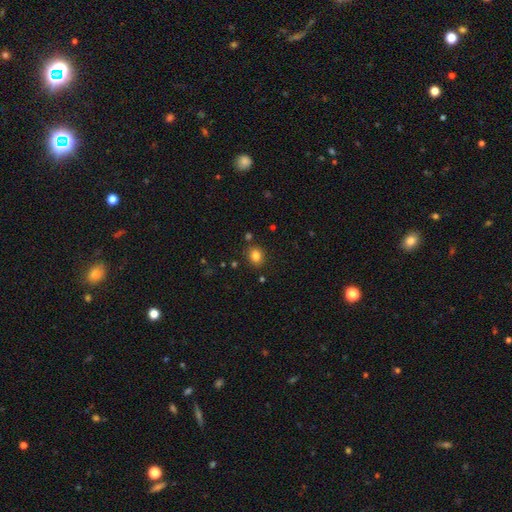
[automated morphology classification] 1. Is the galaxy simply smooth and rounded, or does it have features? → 82% smooth, 12% star or artifact, 6% featured or disk.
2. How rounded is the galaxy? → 60% round, 39% in between, 1% cigar-shaped.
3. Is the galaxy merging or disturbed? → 84% none, 10% minor disturbance, 4% merger, 3% major disturbance.